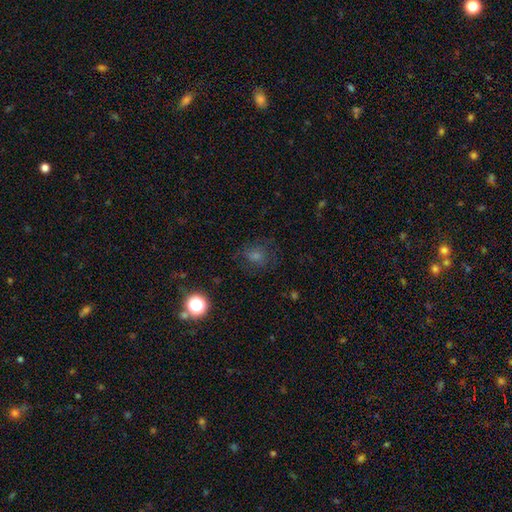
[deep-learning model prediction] Q: Smooth or featured?
A: smooth (48%); runner-up: star or artifact (34%)
Q: Merging?
A: none (76%); runner-up: minor disturbance (15%)